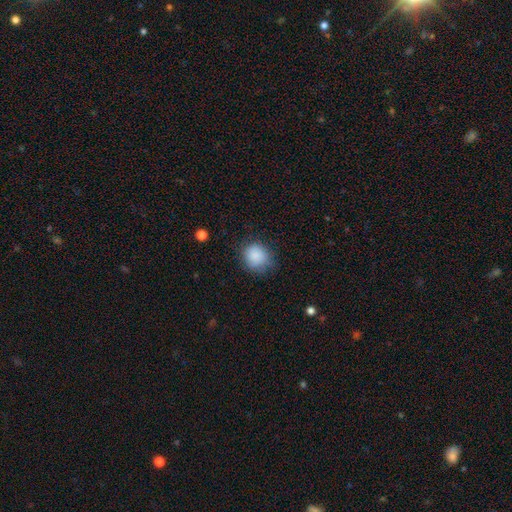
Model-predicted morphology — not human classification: type=smooth (86%); roundness=round (80%); merging=none (71%).